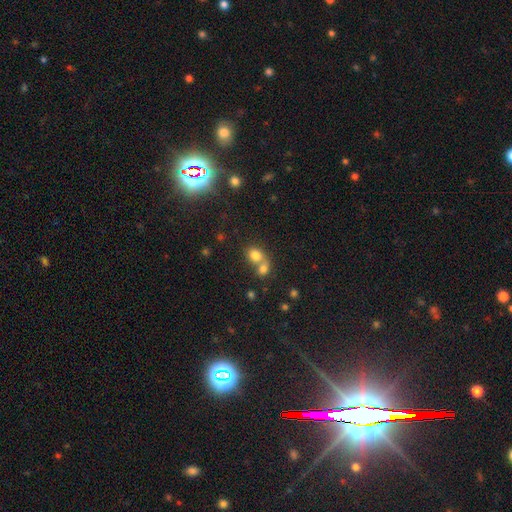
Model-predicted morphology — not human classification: smooth-or-featured: smooth: 76% | star or artifact: 12% | featured or disk: 12%
  how-rounded: round: 51% | in between: 48% | cigar-shaped: 1%
  merging: merger: 62% | none: 28% | minor disturbance: 6% | major disturbance: 4%